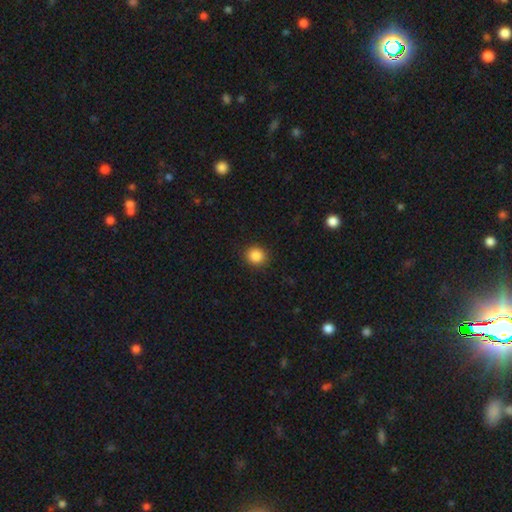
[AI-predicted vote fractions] smooth_or_featured: smooth (p=0.87) [alt: star or artifact p=0.09]
how_rounded: round (p=0.84) [alt: in between p=0.15]
merging: none (p=0.91) [alt: minor disturbance p=0.06]